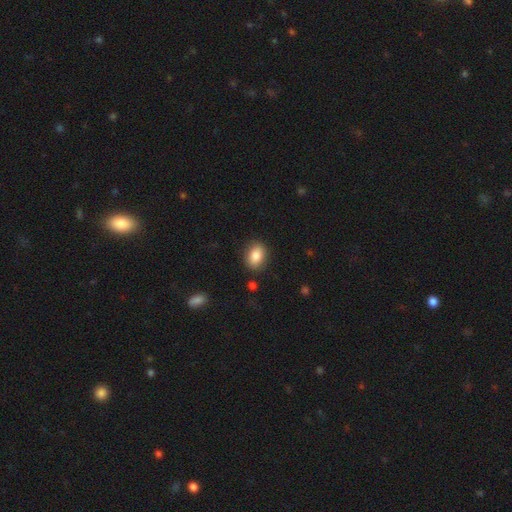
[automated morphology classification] smooth-or-featured: smooth: 85% | star or artifact: 8% | featured or disk: 7%
  how-rounded: in between: 73% | round: 26% | cigar-shaped: 1%
  merging: none: 86% | minor disturbance: 9% | major disturbance: 3% | merger: 2%